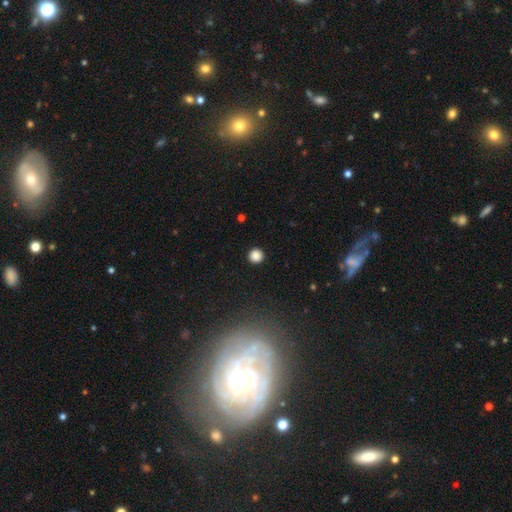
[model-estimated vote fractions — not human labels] Morphology: type=smooth (86%); roundness=round (94%); merging=none (92%).